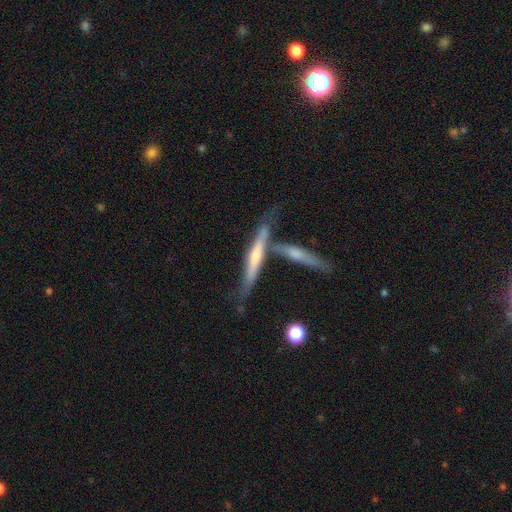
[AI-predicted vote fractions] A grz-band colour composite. It shows a featured or disk galaxy (74%) viewed edge-on (94%) with a rounded central bulge (68%). Merging: none (58%).